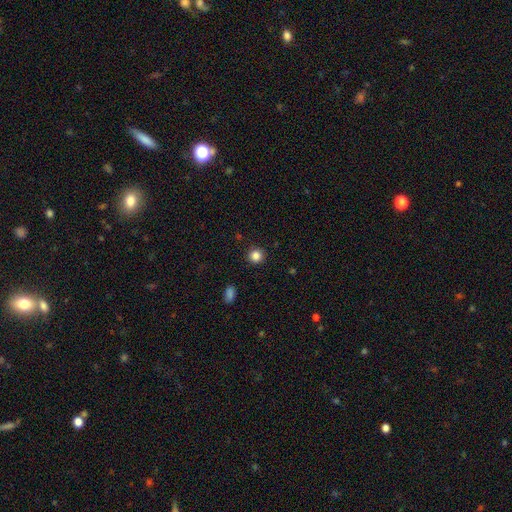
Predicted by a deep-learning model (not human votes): Smooth or featured?
  - smooth: 85% *
  - star or artifact: 11%
  - featured or disk: 4%
How rounded?
  - round: 94% *
  - in between: 5%
  - cigar-shaped: 1%
Merging?
  - none: 92% *
  - minor disturbance: 5%
  - major disturbance: 2%
  - merger: 1%